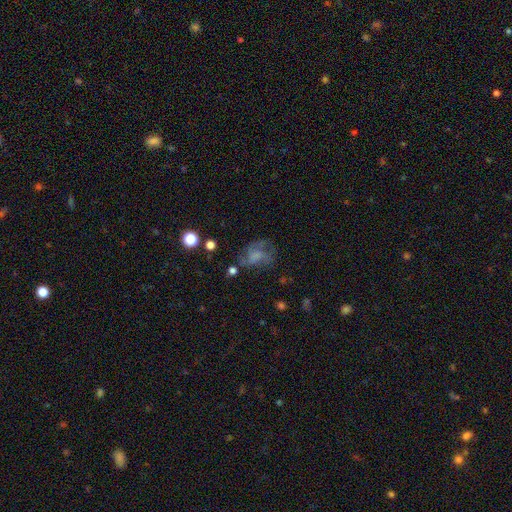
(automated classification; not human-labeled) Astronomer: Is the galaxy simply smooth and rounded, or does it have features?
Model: featured or disk — 44% (runner-up: smooth, 41%).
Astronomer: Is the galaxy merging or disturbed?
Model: none — 39% (runner-up: major disturbance, 33%).